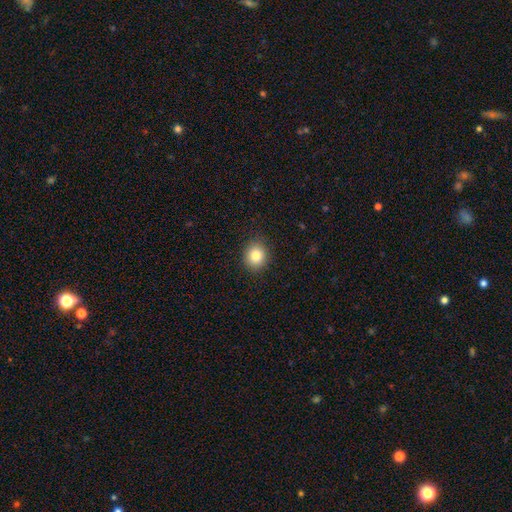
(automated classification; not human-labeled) Morphology: type=smooth (83%); roundness=round (78%); merging=none (89%).